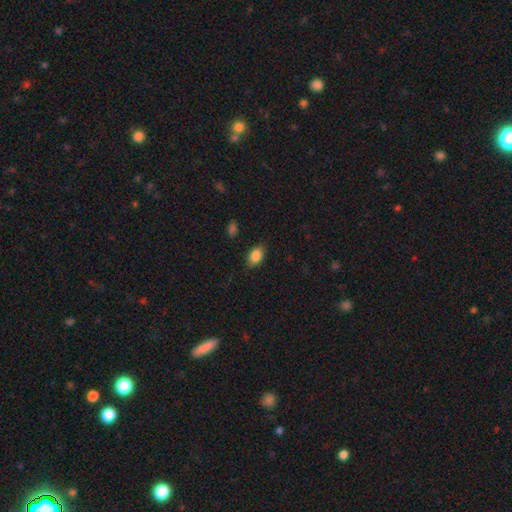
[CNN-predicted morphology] smooth-or-featured: smooth: 86% | star or artifact: 8% | featured or disk: 6%
  how-rounded: in between: 87% | round: 11% | cigar-shaped: 2%
  merging: none: 85% | minor disturbance: 12% | major disturbance: 3% | merger: 1%